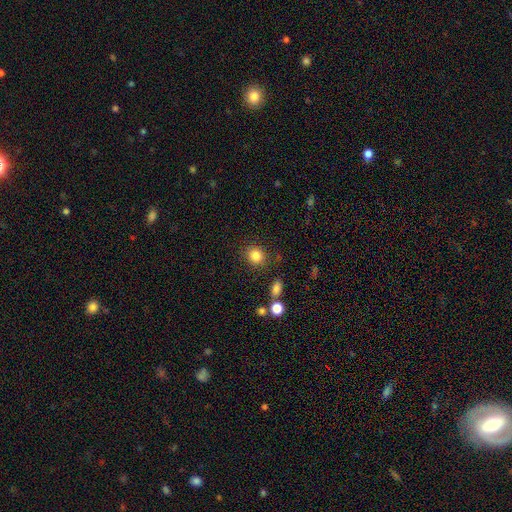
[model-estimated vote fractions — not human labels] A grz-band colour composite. It shows a smooth galaxy with no disk features (84%) that is round (80%). Merging: none (84%).